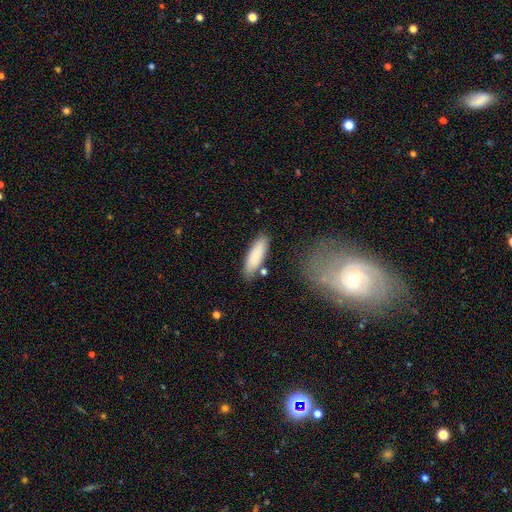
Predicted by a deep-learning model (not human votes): Overall: smooth (85%). How rounded: cigar-shaped (50%; in between 48%). Merging: none (79%).